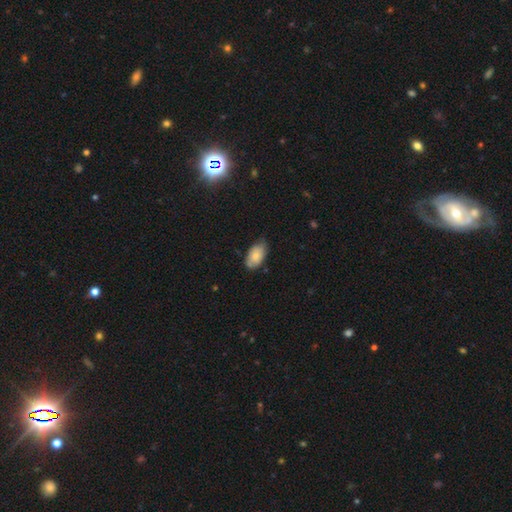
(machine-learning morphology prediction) The model was most divided on "merging": none: 65%, minor disturbance: 29%, major disturbance: 4%, merger: 2%. More confident: how rounded — in between (94%); smooth or featured — smooth (78%).